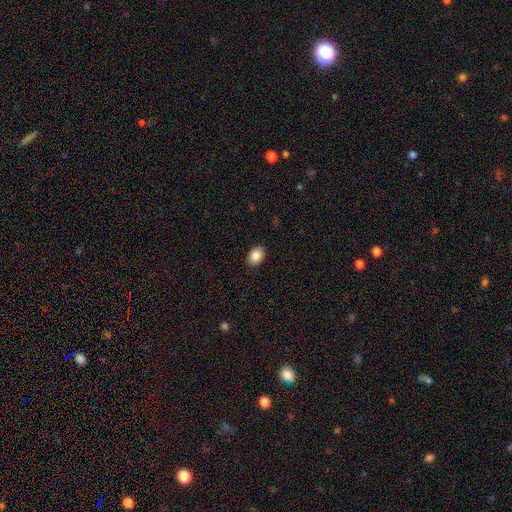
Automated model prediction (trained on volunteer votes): Overall: smooth (88%). How rounded: in between (77%). Merging: none (89%).